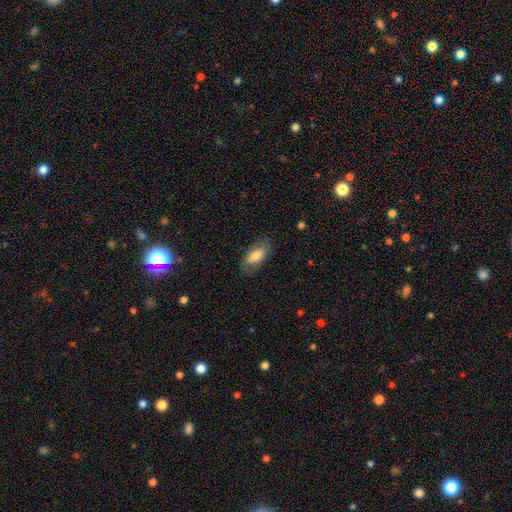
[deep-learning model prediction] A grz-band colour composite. It shows a smooth galaxy with no disk features (71%) that is in between round and cigar-shaped (85%). Merging: none (78%).